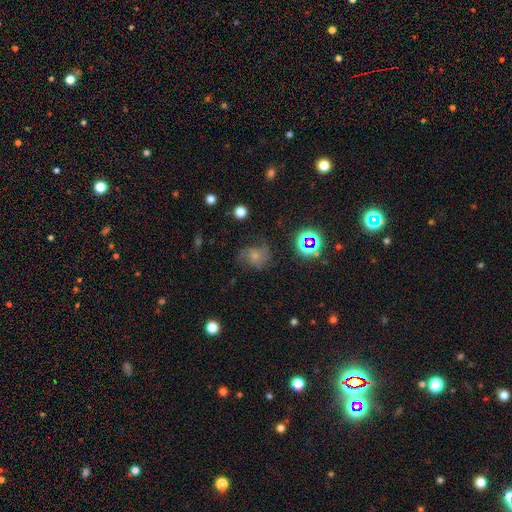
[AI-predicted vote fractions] This is possibly a featured or disk galaxy (49%). Merging: possibly none (55%).